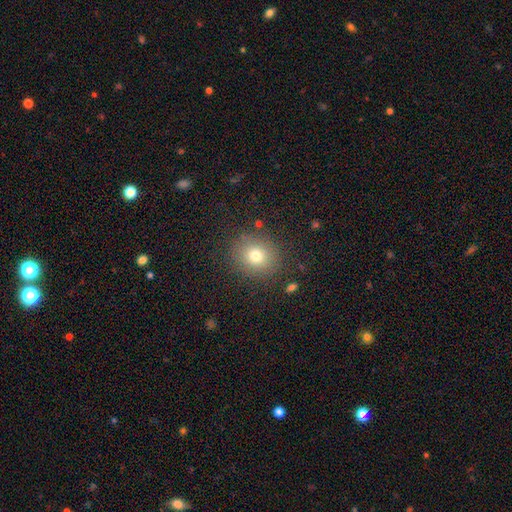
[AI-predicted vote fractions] Smooth or featured? Predicted: smooth (p=0.76). How rounded? Predicted: round (p=0.80). Merging? Predicted: none (p=0.86).